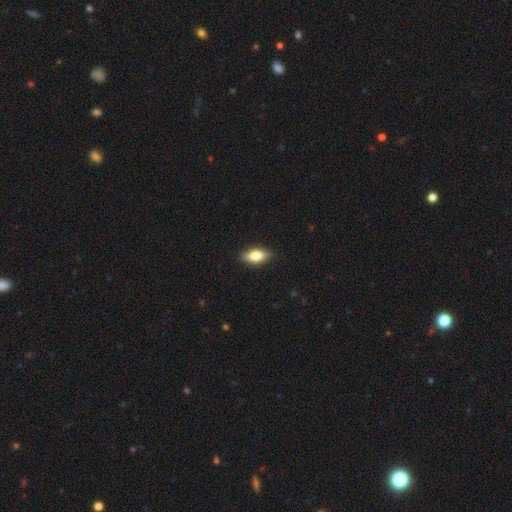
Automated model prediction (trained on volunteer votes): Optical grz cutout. It shows a smooth galaxy with no disk features (73%) that is in between round and cigar-shaped (83%). Merging: none (86%).